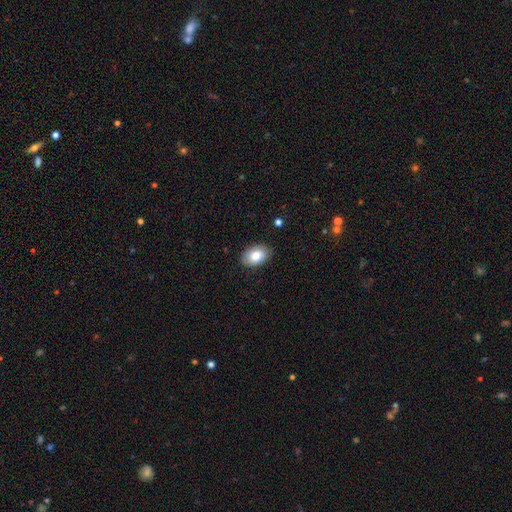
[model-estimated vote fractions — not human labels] smooth_or_featured: smooth (p=0.79) [alt: featured or disk p=0.14]
how_rounded: in between (p=0.87) [alt: round p=0.12]
merging: none (p=0.84) [alt: minor disturbance p=0.13]